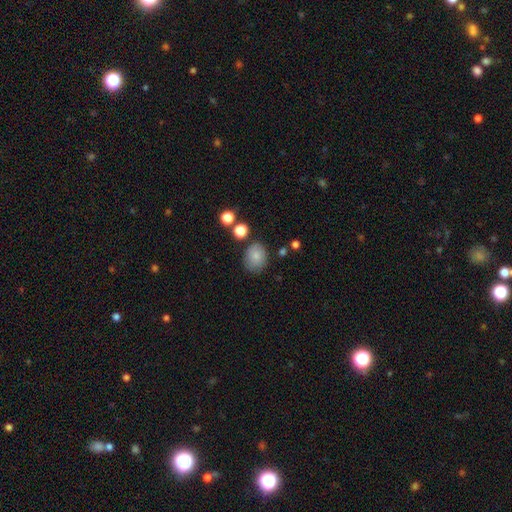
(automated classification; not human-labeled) Smooth or featured?
  - smooth: 82% *
  - star or artifact: 9%
  - featured or disk: 9%
How rounded?
  - round: 50% *
  - in between: 49%
  - cigar-shaped: 1%
Merging?
  - none: 74% *
  - minor disturbance: 17%
  - major disturbance: 5%
  - merger: 4%